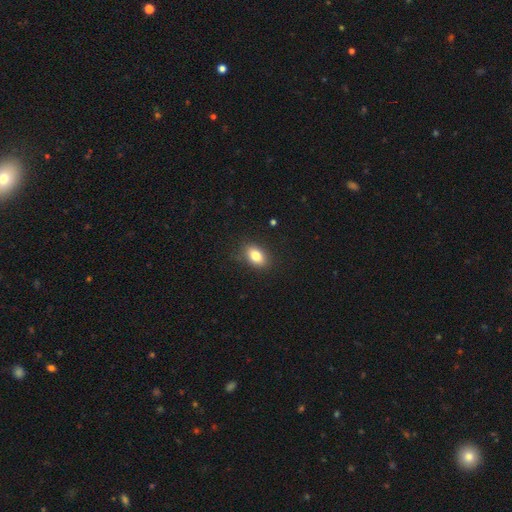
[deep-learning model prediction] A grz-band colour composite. It shows a smooth galaxy with no disk features (82%) that is in between round and cigar-shaped (84%). Merging: none (85%).